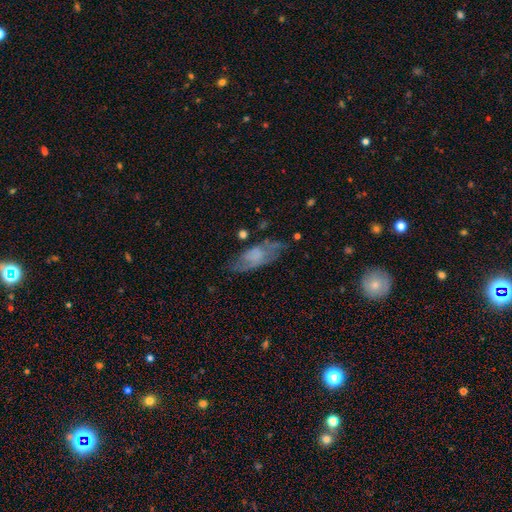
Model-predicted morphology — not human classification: Smooth or featured?
  - featured or disk: 46% *
  - smooth: 45%
  - star or artifact: 9%
Merging?
  - none: 57% *
  - minor disturbance: 25%
  - major disturbance: 15%
  - merger: 3%